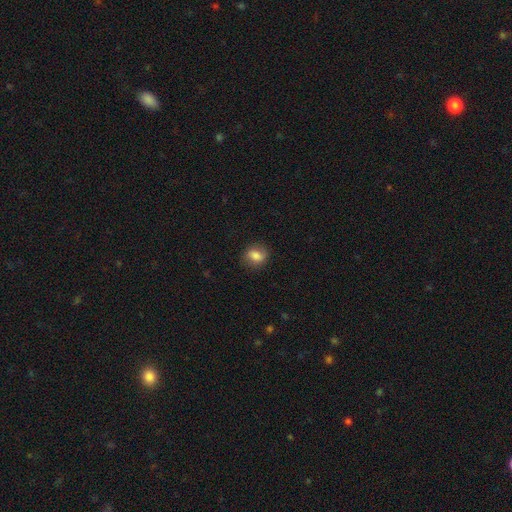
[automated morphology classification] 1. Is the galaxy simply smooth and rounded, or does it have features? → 79% smooth, 12% featured or disk, 9% star or artifact.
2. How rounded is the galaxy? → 51% in between, 48% round, 2% cigar-shaped.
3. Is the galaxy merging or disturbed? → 80% none, 15% minor disturbance, 4% major disturbance, 1% merger.